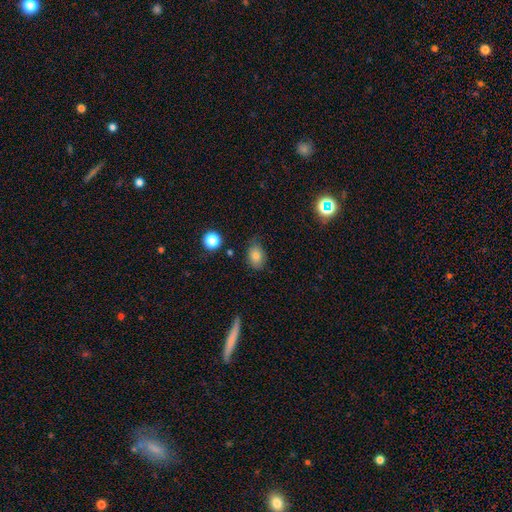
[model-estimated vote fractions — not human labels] A smooth galaxy with no disk features (79%) that is in between round and cigar-shaped (76%). Merging: none (70%).